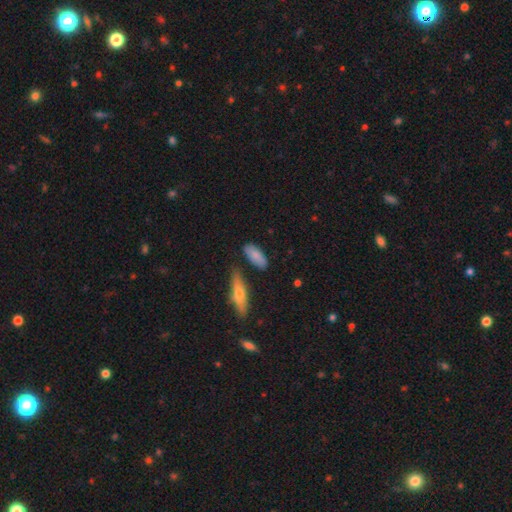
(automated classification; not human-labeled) A smooth galaxy with no disk features (82%) that is in between round and cigar-shaped (79%). Merging: none (75%).